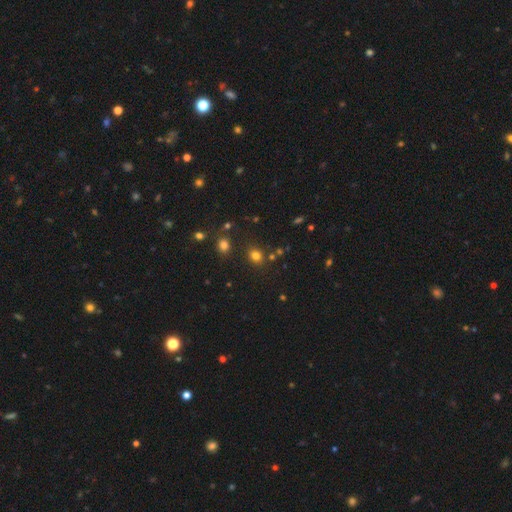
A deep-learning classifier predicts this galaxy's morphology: Overall: smooth (76%). How rounded: round (62%; in between 37%). Merging: none (80%).